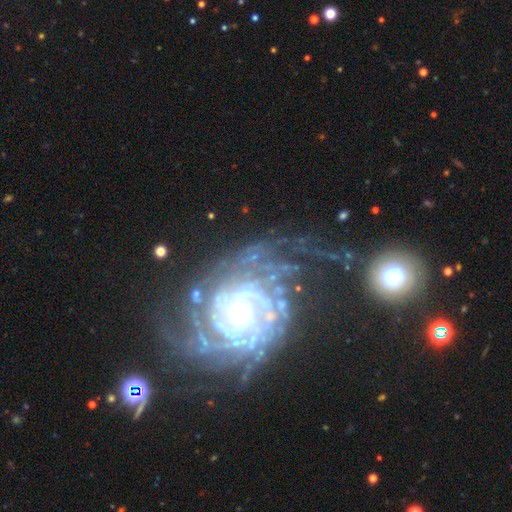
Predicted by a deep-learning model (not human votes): This is clearly a featured or disk galaxy (88%). It is clearly not viewed edge-on (97%). Bar: likely no (67%). Spiral arm pattern: clearly yes (97%). Spiral arm count: marginally 2 (24%). Spiral winding: likely tight (67%). Central bulge: likely small (64%). Merging: likely none (63%).